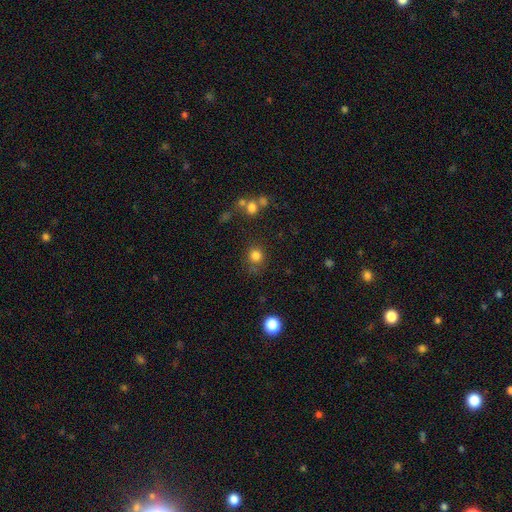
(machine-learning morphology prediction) The model was most divided on "merging": none: 76%, minor disturbance: 13%, major disturbance: 6%, merger: 5%. More confident: how rounded — round (89%); smooth or featured — smooth (81%).